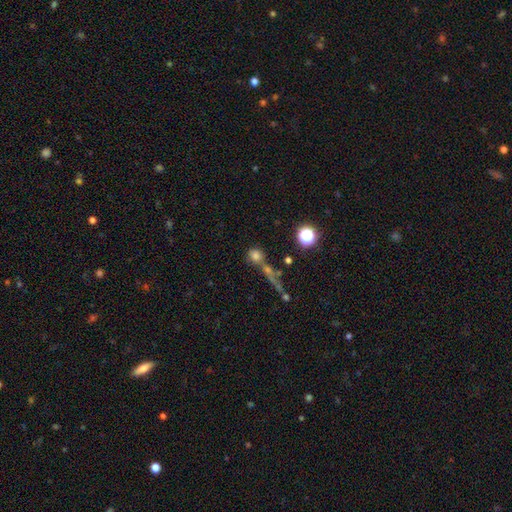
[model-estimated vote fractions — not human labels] Smooth or featured?
  - smooth: 67% *
  - star or artifact: 21%
  - featured or disk: 12%
How rounded?
  - round: 80% *
  - in between: 15%
  - cigar-shaped: 5%
Merging?
  - none: 50% *
  - merger: 31%
  - minor disturbance: 10%
  - major disturbance: 8%